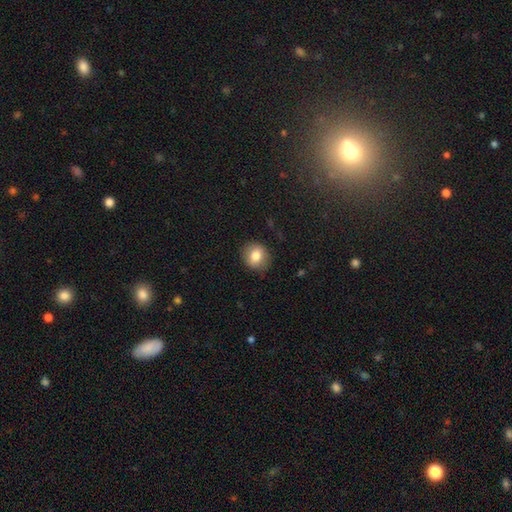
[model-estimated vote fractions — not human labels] The model was most divided on "how rounded": round: 76%, in between: 23%, cigar-shaped: 1%. More confident: merging — none (87%); smooth or featured — smooth (79%).